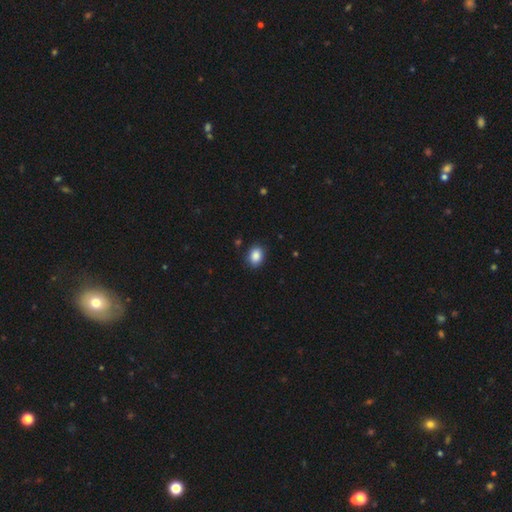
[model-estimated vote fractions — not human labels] A smooth galaxy with no disk features (88%) that is in between round and cigar-shaped (65%). Merging: none (88%).